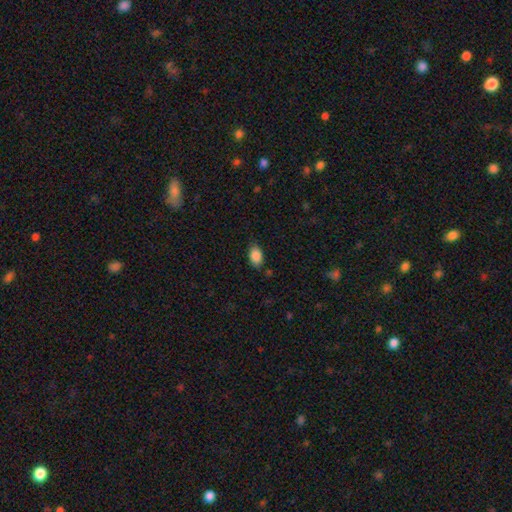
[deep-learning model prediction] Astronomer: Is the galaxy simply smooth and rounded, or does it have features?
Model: smooth — 88%.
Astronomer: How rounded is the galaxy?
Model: in between — 88%.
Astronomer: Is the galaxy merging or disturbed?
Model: none — 80%.